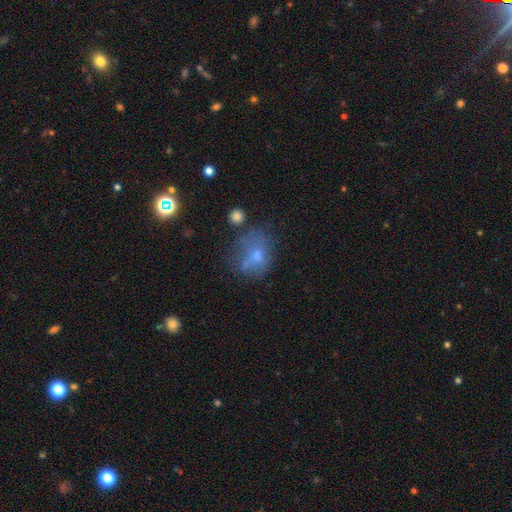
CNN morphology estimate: smooth 52%, featured or disk 29%, star or artifact 19%. Down the decision tree: how rounded — in between (53%); merging — none (39%).